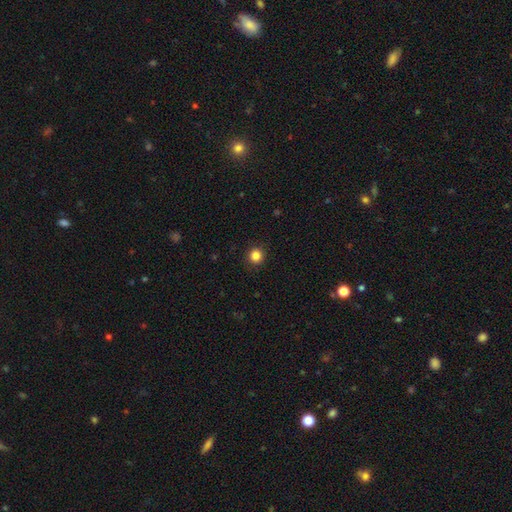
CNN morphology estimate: type=smooth (85%); roundness=round (94%); merging=none (92%).